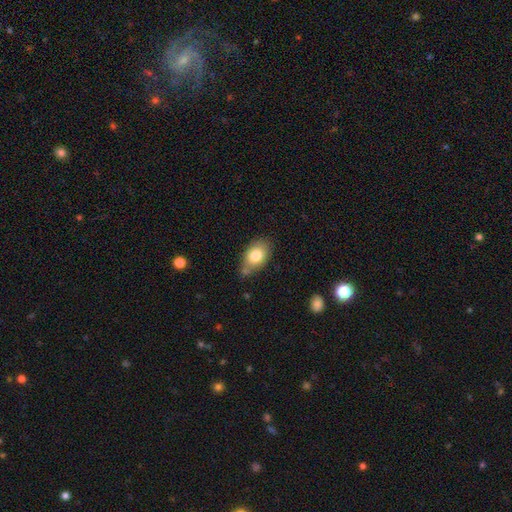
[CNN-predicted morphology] smooth-or-featured: smooth: 80% | featured or disk: 12% | star or artifact: 8%
  how-rounded: in between: 86% | round: 12% | cigar-shaped: 1%
  merging: none: 63% | minor disturbance: 23% | merger: 9% | major disturbance: 5%